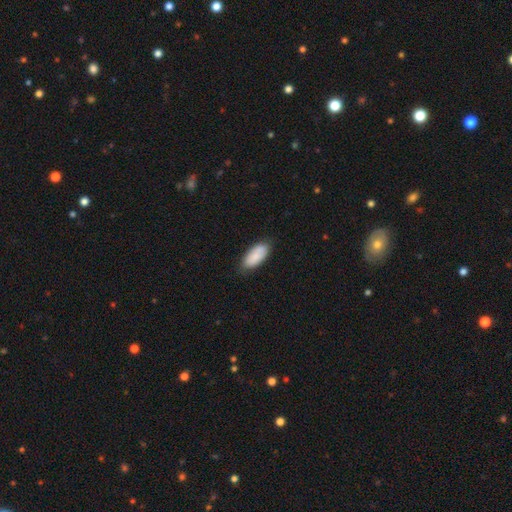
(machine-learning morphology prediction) Smooth or featured? Predicted: smooth (p=0.88). How rounded? Predicted: in between (p=0.89). Merging? Predicted: none (p=0.80).